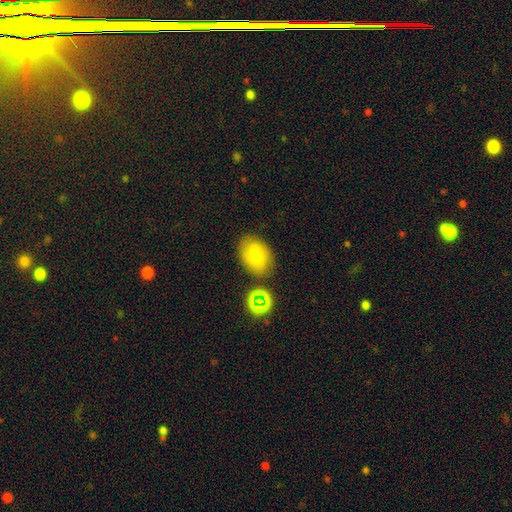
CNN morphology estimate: This appears to be a smooth galaxy with no disk features (64%) that is in between round and cigar-shaped (78%). Merging: none (74%).